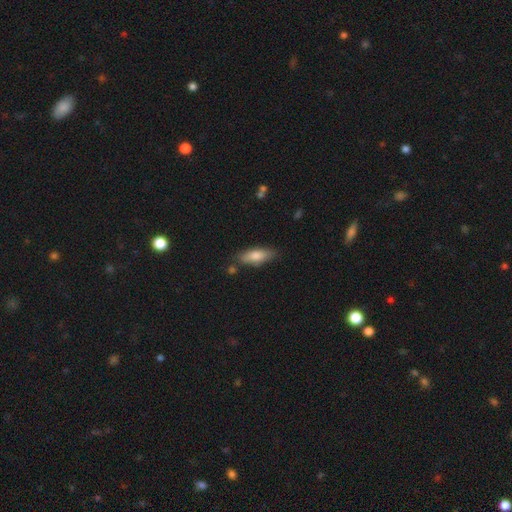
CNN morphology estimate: The model was most divided on "how rounded": in between: 62%, cigar-shaped: 36%, round: 2%. More confident: merging — none (78%); smooth or featured — smooth (77%).